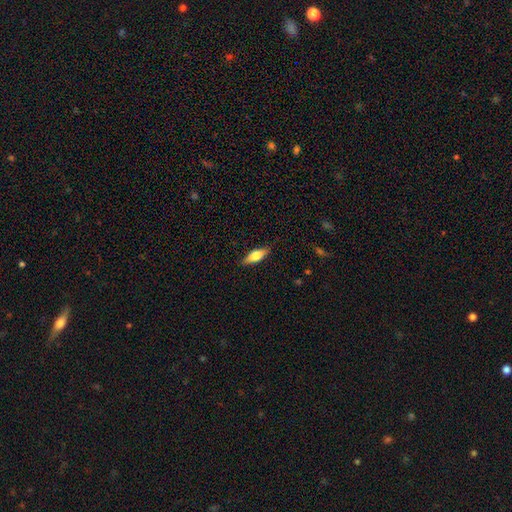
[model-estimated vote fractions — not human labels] This appears to be a smooth galaxy with no disk features (58%) that is in between round and cigar-shaped (58%). Merging: none (87%).